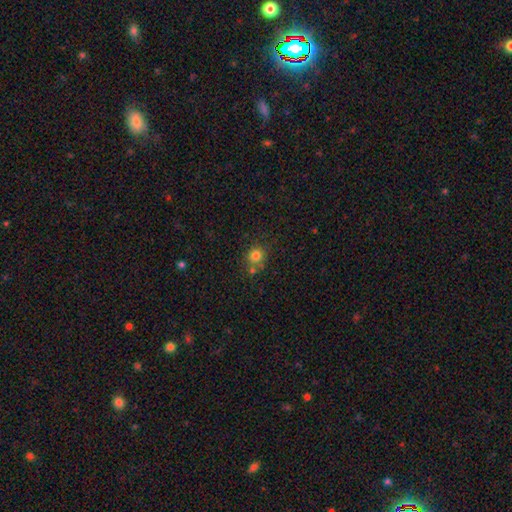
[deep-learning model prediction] smooth-or-featured: smooth: 78% | star or artifact: 14% | featured or disk: 8%
  how-rounded: round: 82% | in between: 17% | cigar-shaped: 1%
  merging: none: 62% | merger: 21% | minor disturbance: 12% | major disturbance: 4%